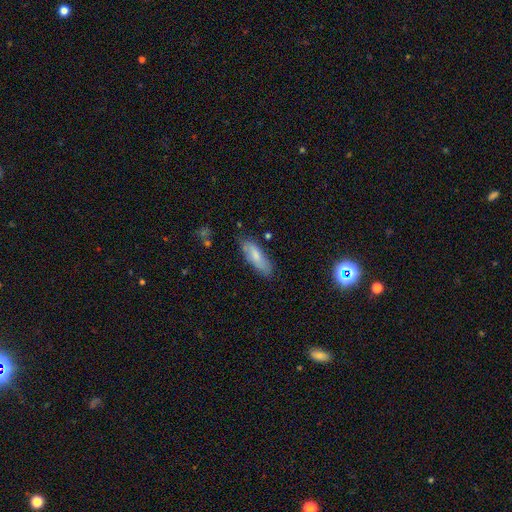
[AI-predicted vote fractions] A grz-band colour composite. It shows a smooth galaxy with no disk features (73%) that is in between round and cigar-shaped (59%). Merging: none (77%).